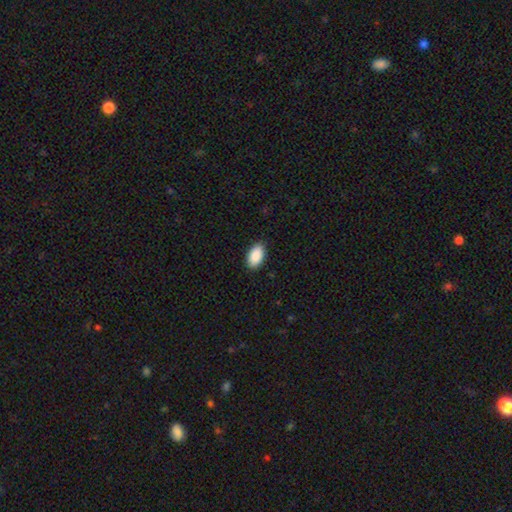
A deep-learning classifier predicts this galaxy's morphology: Smooth or featured? Predicted: smooth (p=0.91). How rounded? Predicted: in between (p=0.95). Merging? Predicted: none (p=0.89).